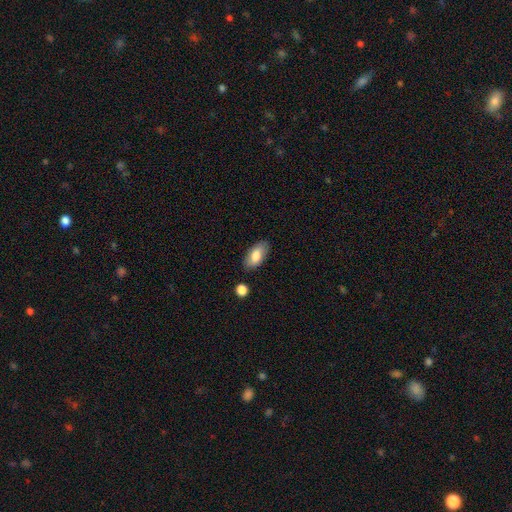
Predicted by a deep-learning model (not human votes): The model was most divided on "smooth or featured": smooth: 80%, featured or disk: 14%, star or artifact: 6%. More confident: how rounded — in between (92%); merging — none (82%).